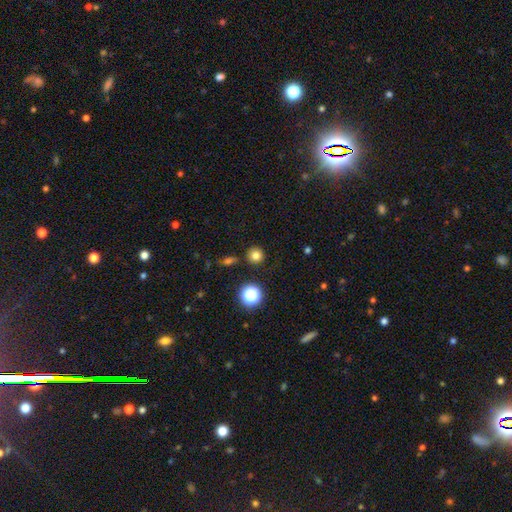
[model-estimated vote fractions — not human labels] A smooth galaxy with no disk features (78%) that is round (94%). Merging: none (87%).